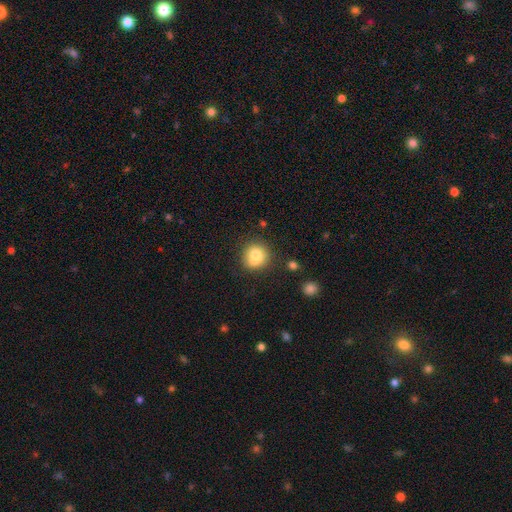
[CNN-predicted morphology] A smooth galaxy with no disk features (78%) that is round (87%).

Vote fractions:
- Smooth or featured? smooth: 78% / featured or disk: 12% / star or artifact: 10%
- How rounded? round: 87% / in between: 12% / cigar-shaped: 1%
- Merging? none: 66% / minor disturbance: 17% / merger: 12% / major disturbance: 5%